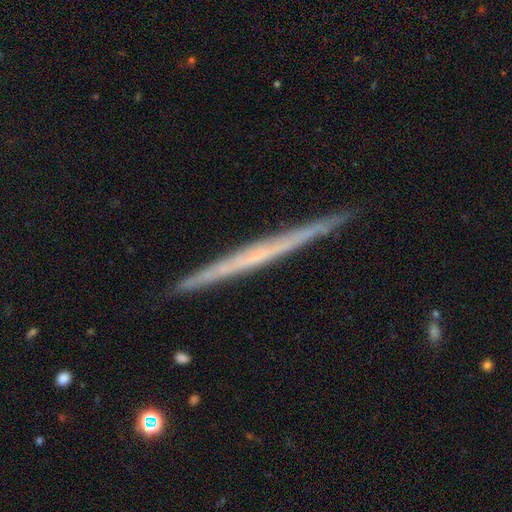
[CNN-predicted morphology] This is likely a featured or disk galaxy (65%). It is clearly viewed edge-on (98%). Edge-on bulge: clearly none (87%). Merging: clearly none (91%).